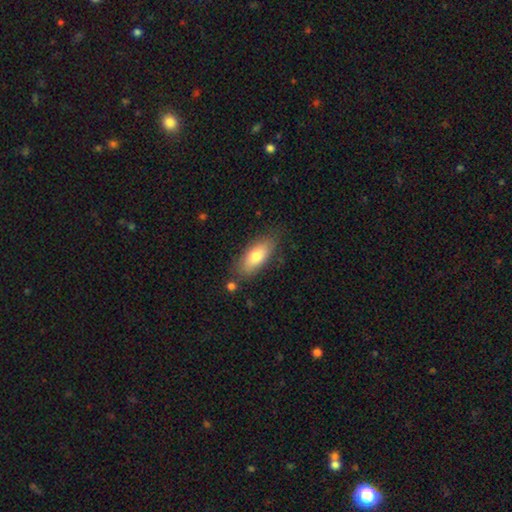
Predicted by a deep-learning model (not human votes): A smooth galaxy with no disk features (75%) that is in between round and cigar-shaped (81%). Merging: none (78%).